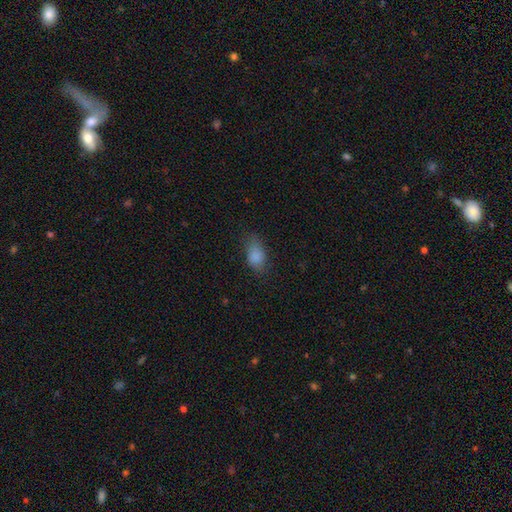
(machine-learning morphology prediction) The model was most divided on "merging": none: 59%, minor disturbance: 28%, major disturbance: 11%, merger: 1%. More confident: how rounded — in between (87%); smooth or featured — smooth (84%).